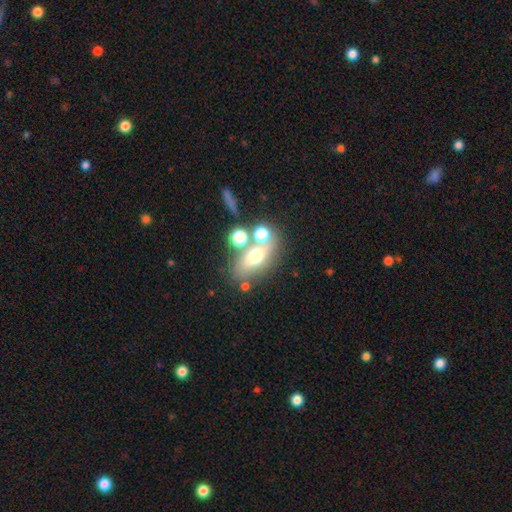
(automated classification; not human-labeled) A smooth galaxy with no disk features (54%) that is in between round and cigar-shaped (69%).

Vote fractions:
- Smooth or featured? smooth: 54% / featured or disk: 30% / star or artifact: 15%
- How rounded? in between: 69% / round: 21% / cigar-shaped: 11%
- Merging? none: 53% / merger: 27% / minor disturbance: 12% / major disturbance: 8%